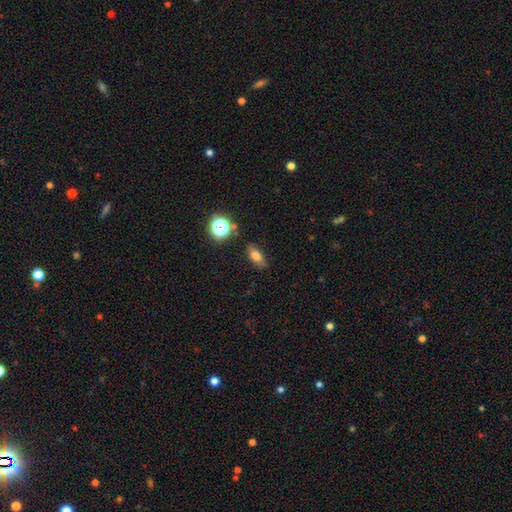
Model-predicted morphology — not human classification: Smooth or featured?
  - smooth: 75% *
  - star or artifact: 14%
  - featured or disk: 12%
How rounded?
  - in between: 75% *
  - cigar-shaped: 16%
  - round: 9%
Merging?
  - none: 81% *
  - minor disturbance: 13%
  - major disturbance: 3%
  - merger: 2%